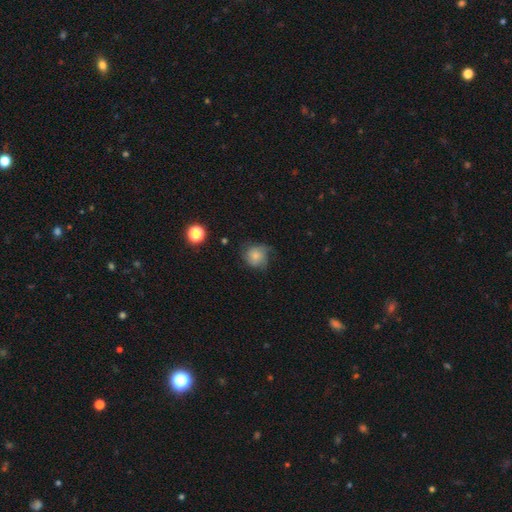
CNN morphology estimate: smooth-or-featured: smooth: 58% | featured or disk: 32% | star or artifact: 10%
  how-rounded: round: 77% | in between: 22% | cigar-shaped: 1%
  merging: none: 51% | minor disturbance: 31% | major disturbance: 17% | merger: 2%